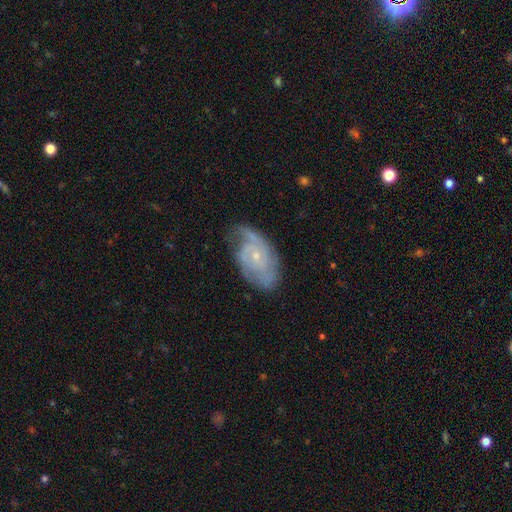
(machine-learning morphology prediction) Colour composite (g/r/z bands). It shows a featured or disk galaxy (78%) with no bar (72%), 2 (39%) tight (48%) spiral arms (92%) and a small central bulge (76%). Merging: none (60%).